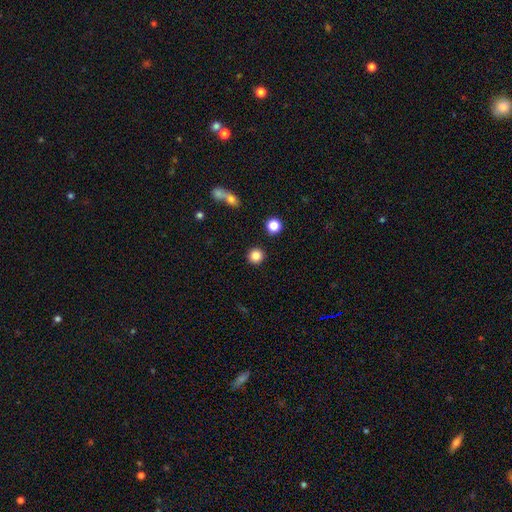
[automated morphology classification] smooth-or-featured: smooth: 84% | star or artifact: 11% | featured or disk: 5%
  how-rounded: round: 95% | in between: 4% | cigar-shaped: 1%
  merging: none: 92% | minor disturbance: 4% | merger: 2% | major disturbance: 2%